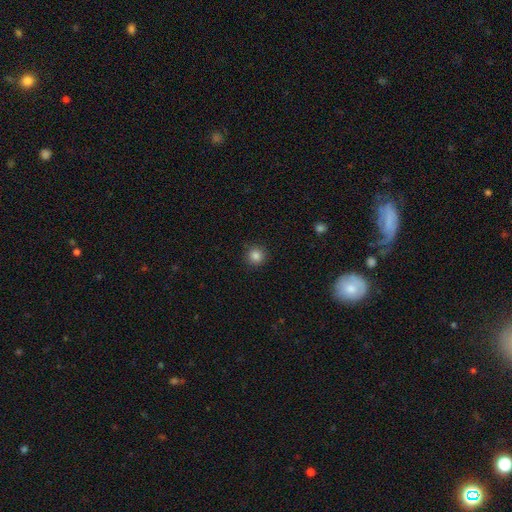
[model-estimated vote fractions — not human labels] Q: Smooth or featured?
A: smooth (84%); runner-up: star or artifact (12%)
Q: How rounded?
A: round (94%); runner-up: in between (5%)
Q: Merging?
A: none (90%); runner-up: minor disturbance (7%)